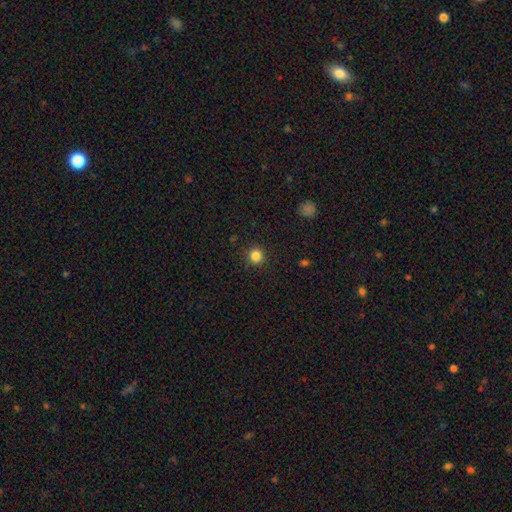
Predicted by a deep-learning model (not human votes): smooth-or-featured: smooth: 84% | star or artifact: 12% | featured or disk: 4%
  how-rounded: round: 94% | in between: 5% | cigar-shaped: 1%
  merging: none: 91% | minor disturbance: 6% | major disturbance: 2% | merger: 1%